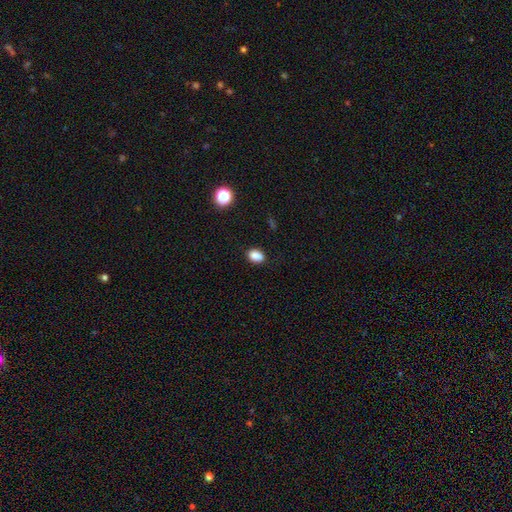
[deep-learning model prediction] Morphology: type=smooth (86%); roundness=in between (78%); merging=none (85%).